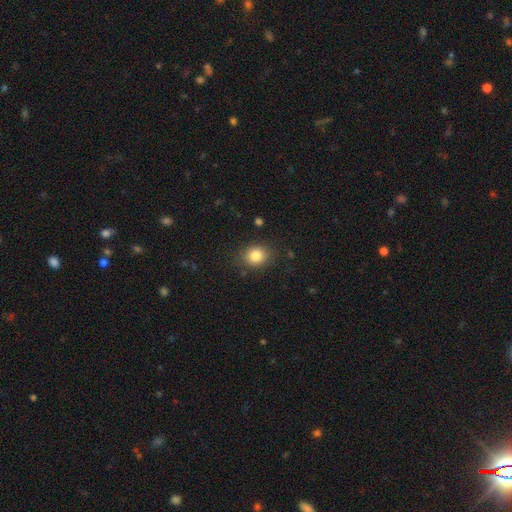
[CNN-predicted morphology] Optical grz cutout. It shows a smooth galaxy with no disk features (83%) that is round (68%). Merging: none (86%).